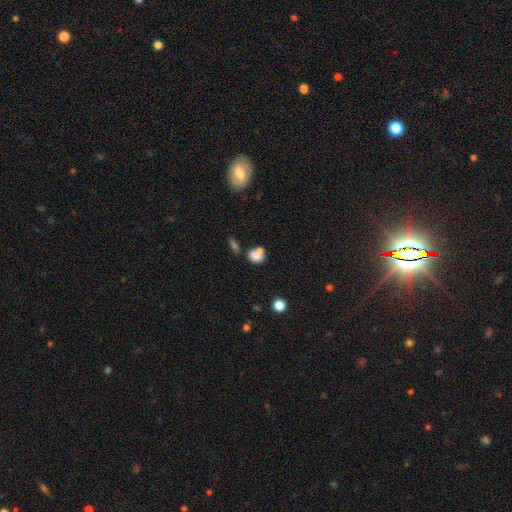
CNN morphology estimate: The model was most divided on "how rounded": round: 51%, in between: 47%, cigar-shaped: 2%. Remaining: smooth or featured — smooth (76%); merging — merger (45%).